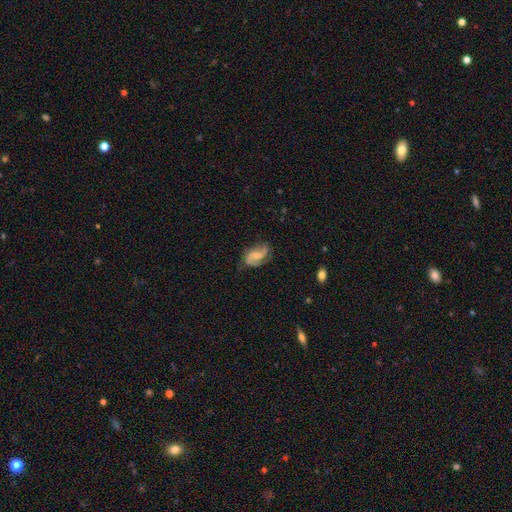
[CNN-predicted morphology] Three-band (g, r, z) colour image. It shows a featured or disk galaxy (80%) with no bar (49%), 2 (87%) medium (44%) spiral arms (95%) and a small central bulge (52%). Merging: none (67%).